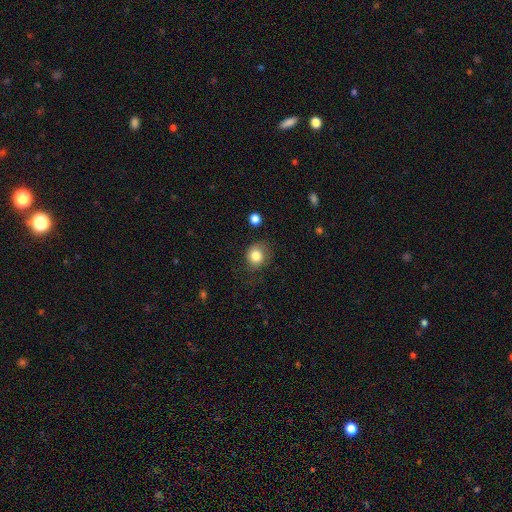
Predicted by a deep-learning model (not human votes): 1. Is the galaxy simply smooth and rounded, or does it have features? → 82% smooth, 10% star or artifact, 8% featured or disk.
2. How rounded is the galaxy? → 74% round, 25% in between, 1% cigar-shaped.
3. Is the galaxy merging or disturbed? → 69% none, 21% minor disturbance, 8% major disturbance, 2% merger.